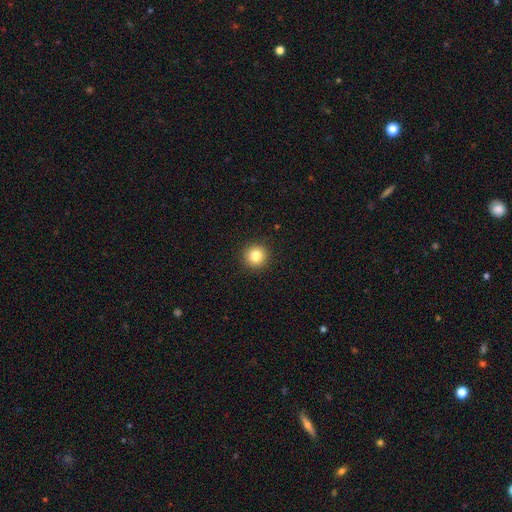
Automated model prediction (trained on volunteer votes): Smooth or featured: smooth — 83% (star or artifact — 11%)
How rounded: round — 95% (in between — 4%)
Merging: none — 93% (minor disturbance — 5%)